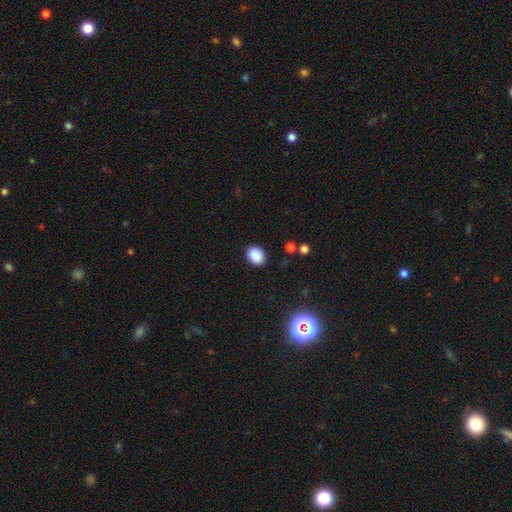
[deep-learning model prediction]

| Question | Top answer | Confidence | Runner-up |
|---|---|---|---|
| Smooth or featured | smooth | 88% | star or artifact (9%) |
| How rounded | in between | 63% | round (36%) |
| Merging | none | 88% | minor disturbance (8%) |